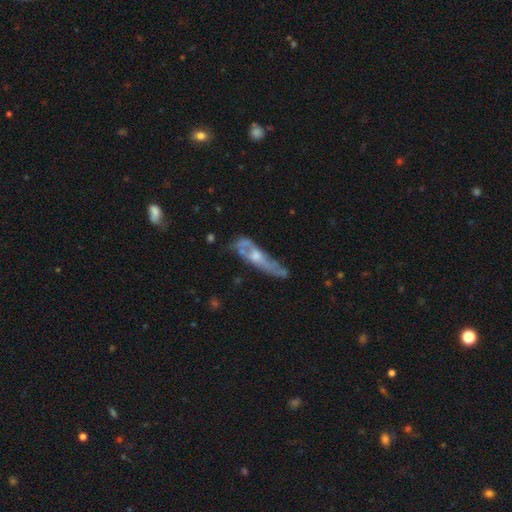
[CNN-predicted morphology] smooth_or_featured: featured or disk (p=0.68) [alt: smooth p=0.24]
disk_edge_on: no (p=0.53) [alt: yes p=0.47]
merging: none (p=0.53) [alt: minor disturbance p=0.25]